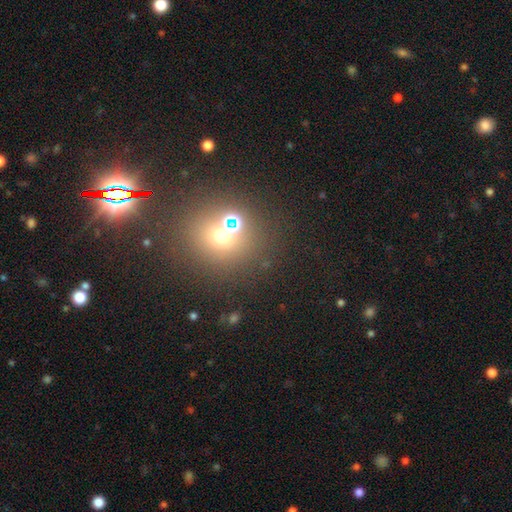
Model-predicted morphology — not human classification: A star or artifact, not a galaxy (45%).

Vote fractions:
- Smooth or featured? star or artifact: 45% / smooth: 40% / featured or disk: 15%